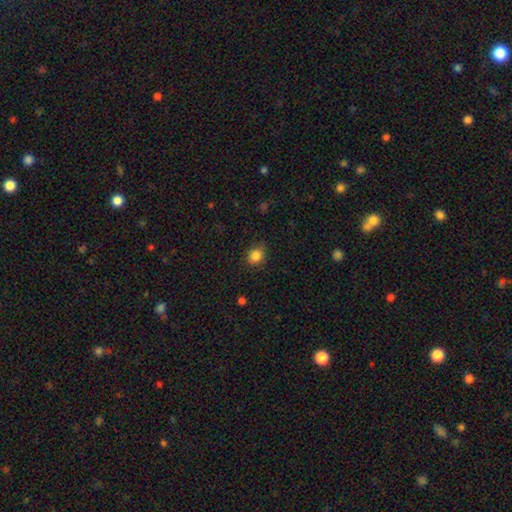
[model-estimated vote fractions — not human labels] This is clearly a smooth galaxy (84%). How rounded: likely round (66%). Merging: likely none (77%).